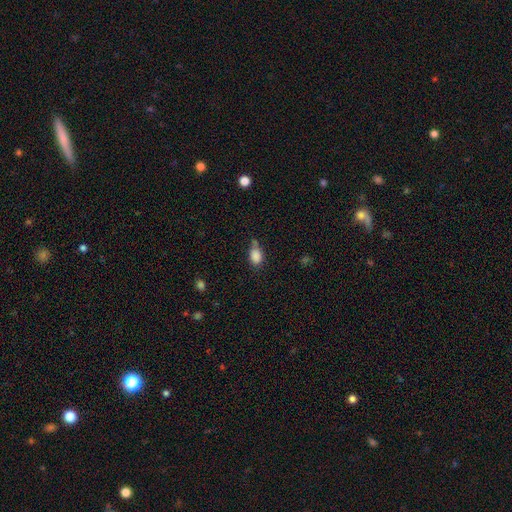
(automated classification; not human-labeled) This is clearly a smooth galaxy (85%). How rounded: likely in between (76%). Merging: possibly none (48%).